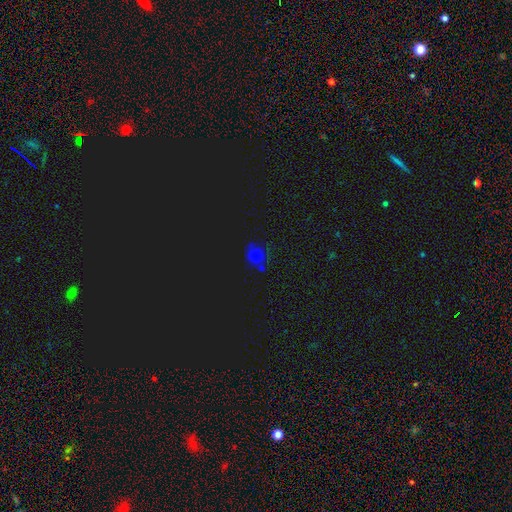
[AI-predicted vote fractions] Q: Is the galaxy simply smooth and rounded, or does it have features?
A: smooth — 53%.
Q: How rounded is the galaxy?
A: round — 86%.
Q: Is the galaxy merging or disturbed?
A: none — 69%.